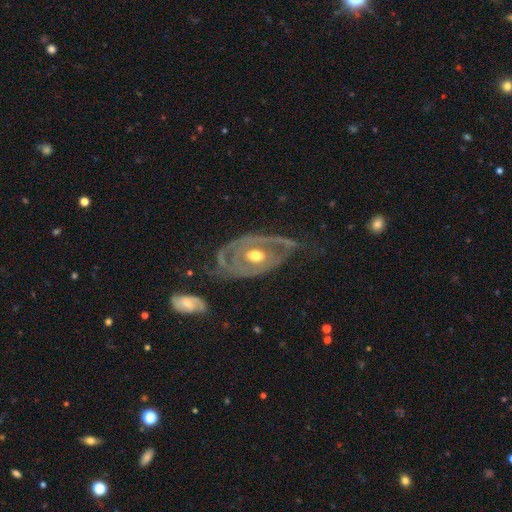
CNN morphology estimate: Smooth or featured? Predicted: featured or disk (p=0.80). Edge-on disk? Predicted: no (p=0.93). Bar? Predicted: no (p=0.78). Spiral arms? Predicted: yes (p=0.63). Bulge size? Predicted: moderate (p=0.77). Merging? Predicted: none (p=0.55).